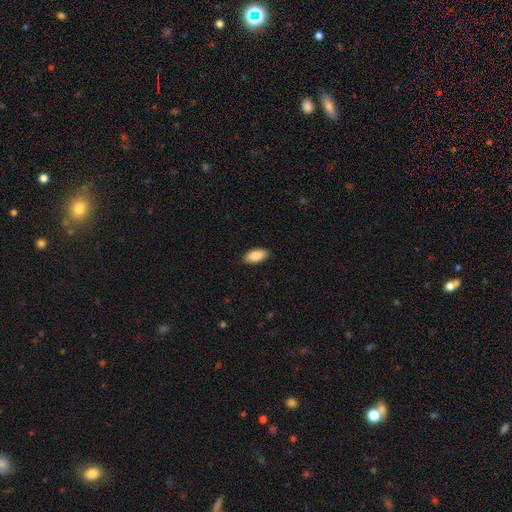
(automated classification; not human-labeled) Morphology: type=smooth (89%); roundness=in between (92%); merging=none (89%).